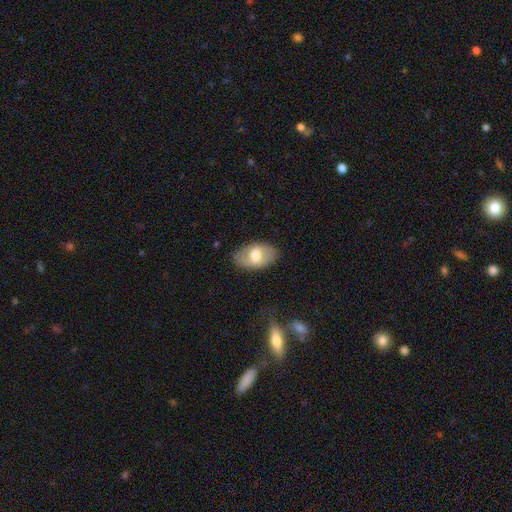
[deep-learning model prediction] This appears to be a smooth galaxy with no disk features (50%) that is in between round and cigar-shaped (91%). Merging: none (82%).